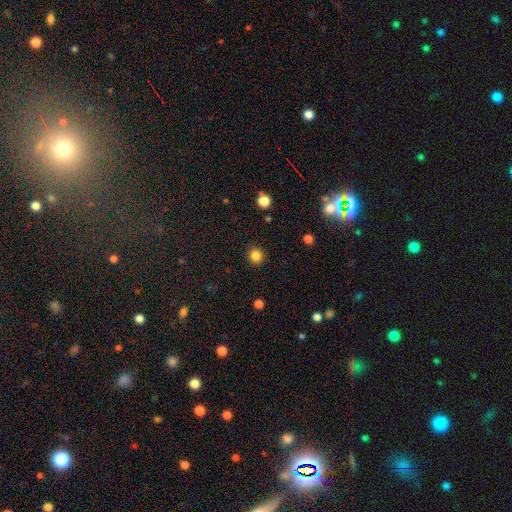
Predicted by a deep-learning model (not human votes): smooth 84%, star or artifact 12%, featured or disk 4%. Down the decision tree: how rounded — round (89%); merging — none (92%).